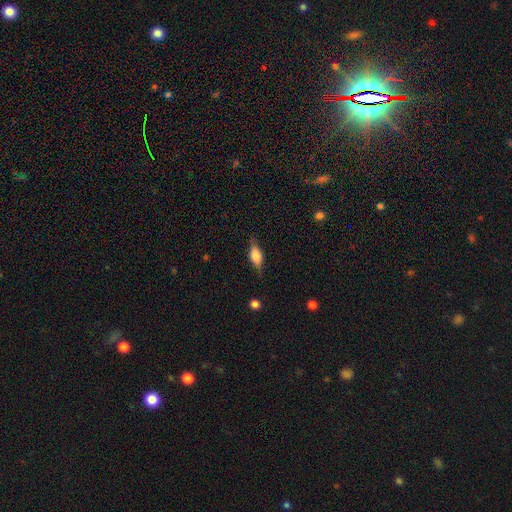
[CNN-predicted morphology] smooth-or-featured: smooth: 53% | featured or disk: 40% | star or artifact: 7%
  how-rounded: in between: 71% | cigar-shaped: 24% | round: 6%
  merging: none: 77% | minor disturbance: 17% | major disturbance: 4% | merger: 1%